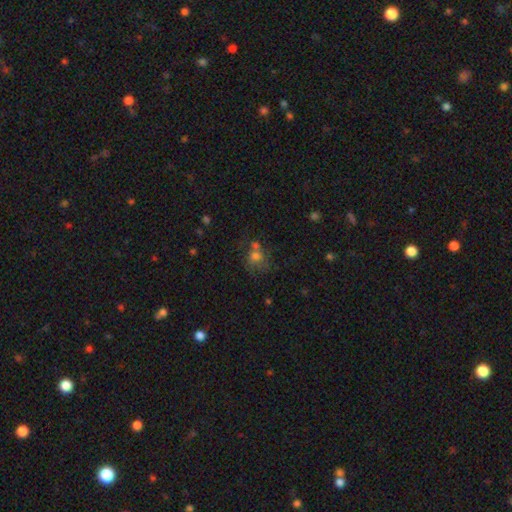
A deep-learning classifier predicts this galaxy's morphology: The model was most divided on "merging": none: 42%, merger: 29%, minor disturbance: 16%, major disturbance: 13%. More confident: how rounded — round (71%); smooth or featured — smooth (59%).